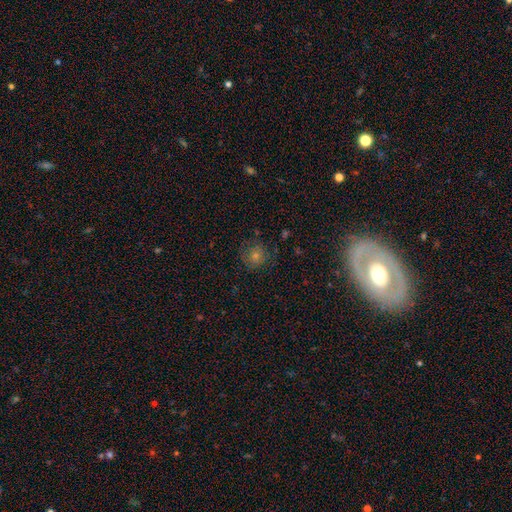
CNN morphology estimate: smooth 52%, star or artifact 27%, featured or disk 22%. Down the decision tree: how rounded — round (90%); merging — none (82%).